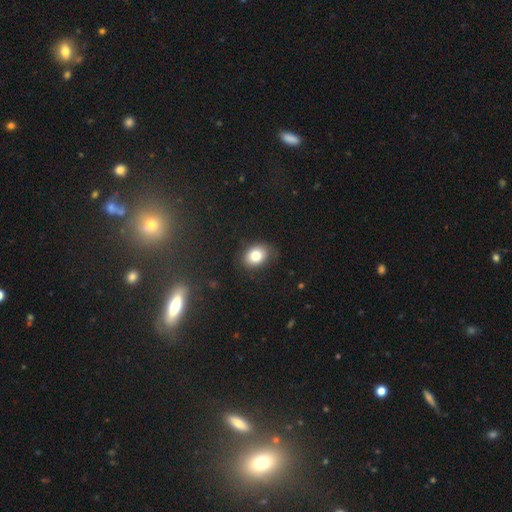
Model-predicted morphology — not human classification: type=smooth (79%); roundness=in between (58%); merging=none (82%).